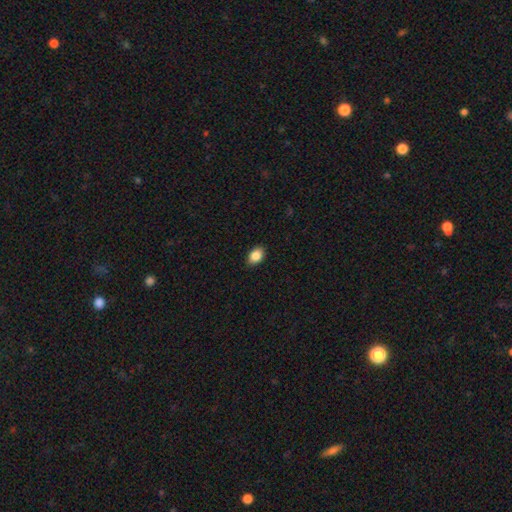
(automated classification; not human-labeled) Q: Smooth or featured?
A: smooth (87%); runner-up: star or artifact (8%)
Q: How rounded?
A: in between (83%); runner-up: round (16%)
Q: Merging?
A: none (89%); runner-up: minor disturbance (9%)